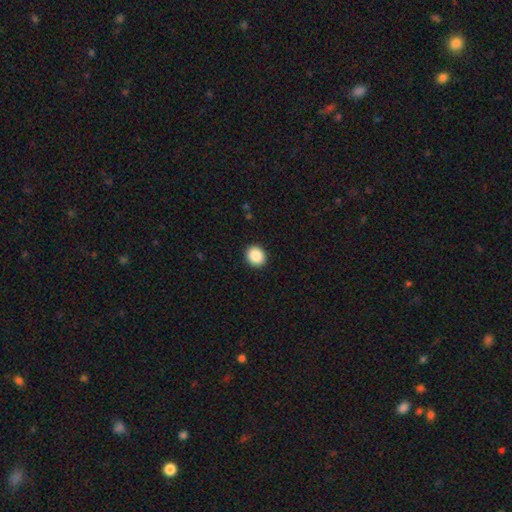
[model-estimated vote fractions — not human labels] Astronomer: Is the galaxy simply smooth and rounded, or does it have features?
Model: smooth — 88%.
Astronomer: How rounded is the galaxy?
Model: round — 76%.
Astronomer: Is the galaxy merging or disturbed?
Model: none — 92%.